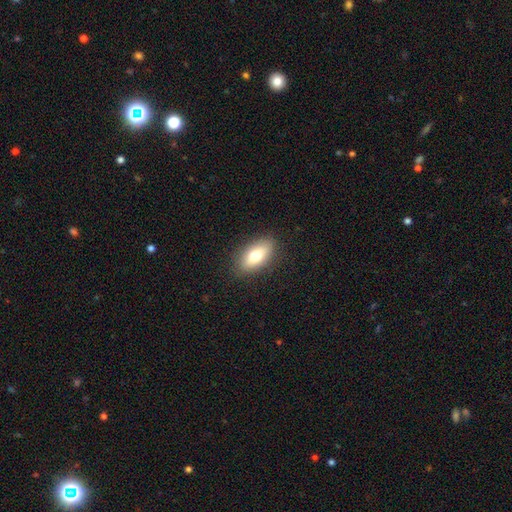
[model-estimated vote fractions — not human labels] This is likely a smooth galaxy (73%). How rounded: clearly in between (85%). Merging: clearly none (87%).